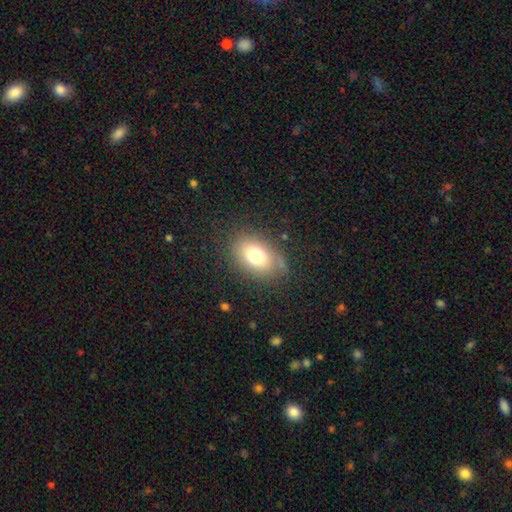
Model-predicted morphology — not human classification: smooth 73%, featured or disk 16%, star or artifact 11%. Down the decision tree: how rounded — in between (82%); merging — none (78%).